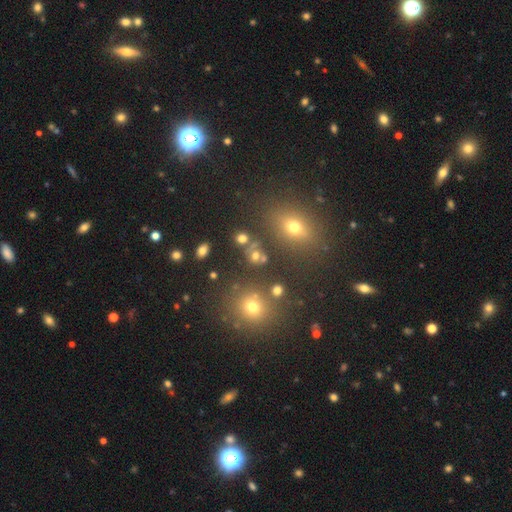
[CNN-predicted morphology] Smooth or featured: smooth — 63% (star or artifact — 24%)
How rounded: round — 69% (in between — 29%)
Merging: none — 64% (merger — 19%)